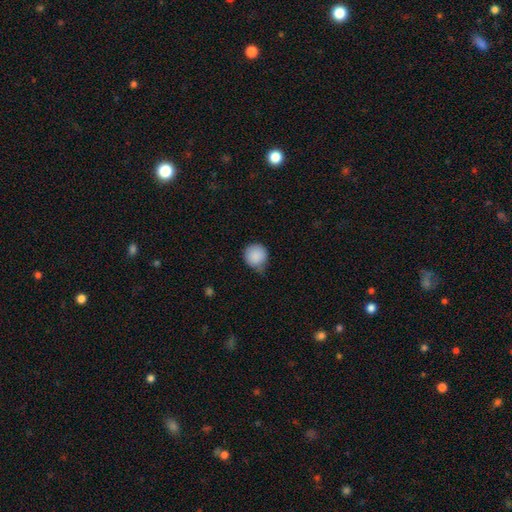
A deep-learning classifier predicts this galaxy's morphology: Smooth or featured? Predicted: smooth (p=0.88). How rounded? Predicted: round (p=0.92). Merging? Predicted: none (p=0.49).